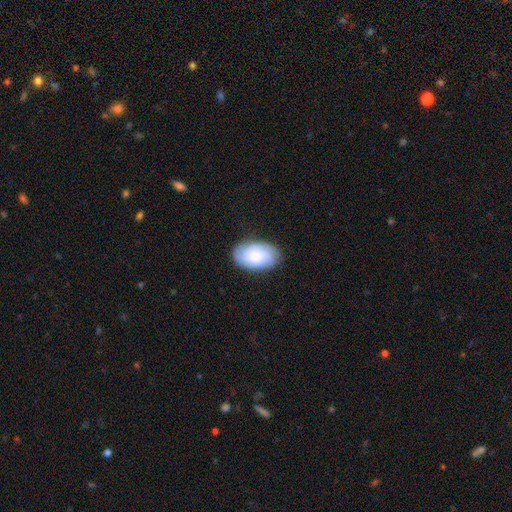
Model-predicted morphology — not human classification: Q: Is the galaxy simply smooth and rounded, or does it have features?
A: featured or disk — 49%.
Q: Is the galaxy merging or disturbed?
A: none — 80%.